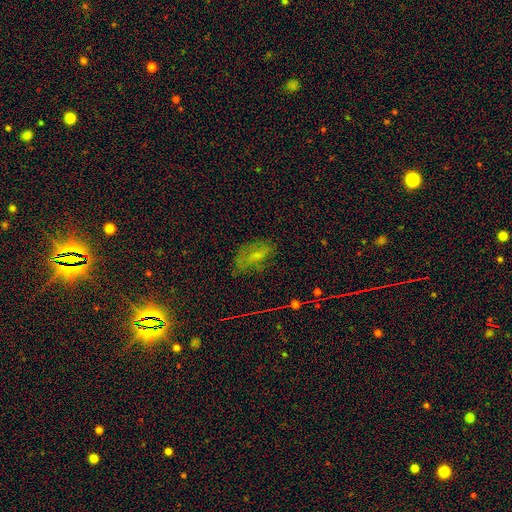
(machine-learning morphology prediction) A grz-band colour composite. It shows a smooth galaxy with no disk features (44%). Merging: none (59%).